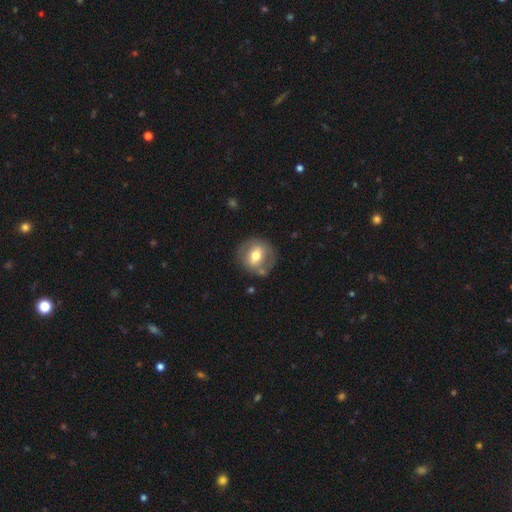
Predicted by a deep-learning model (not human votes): Smooth or featured?
  - smooth: 53% *
  - featured or disk: 40%
  - star or artifact: 7%
How rounded?
  - round: 80% *
  - in between: 19%
  - cigar-shaped: 1%
Merging?
  - none: 75% *
  - minor disturbance: 15%
  - major disturbance: 6%
  - merger: 4%